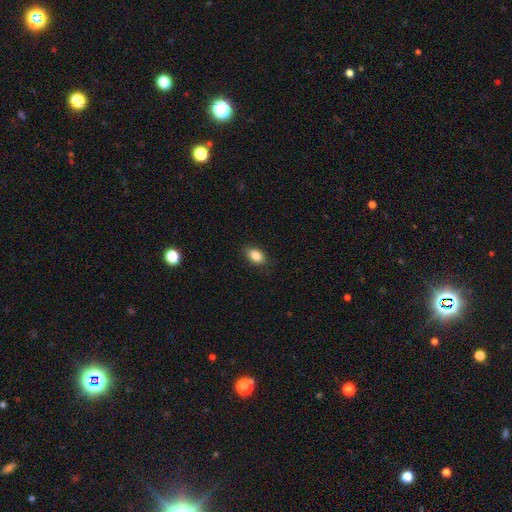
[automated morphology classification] This appears to be a smooth galaxy with no disk features (85%) that is in between round and cigar-shaped (87%). Merging: none (84%).